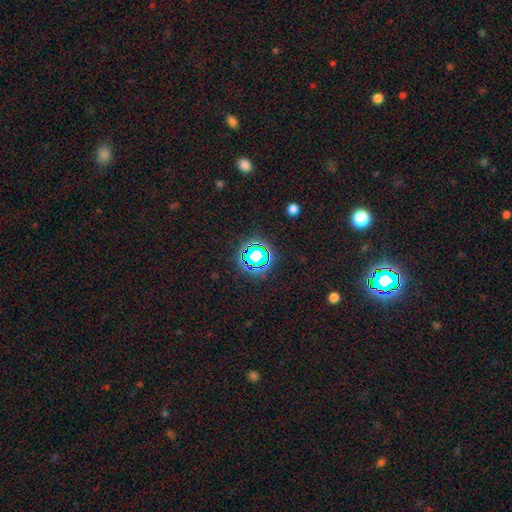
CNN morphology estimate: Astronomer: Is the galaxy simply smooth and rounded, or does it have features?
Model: star or artifact — 67%.